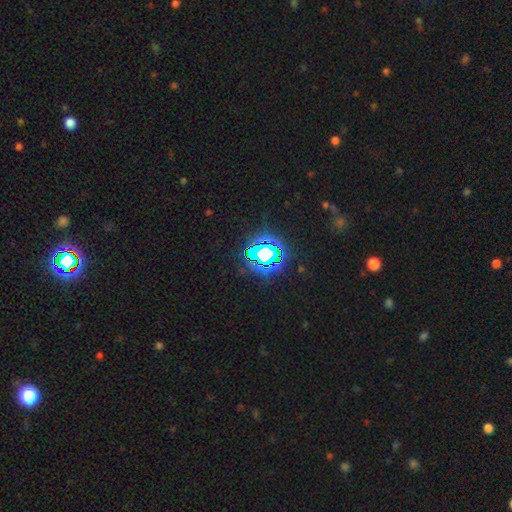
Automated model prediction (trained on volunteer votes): Morphology: type=star or artifact (80%).